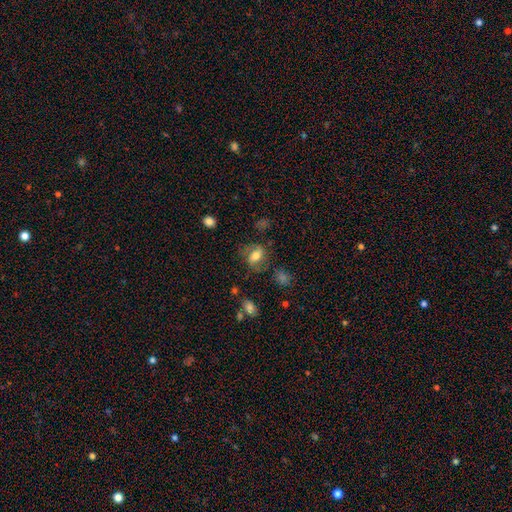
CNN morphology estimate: Q: Smooth or featured?
A: smooth (59%); runner-up: featured or disk (31%)
Q: How rounded?
A: in between (70%); runner-up: round (27%)
Q: Merging?
A: none (62%); runner-up: minor disturbance (21%)